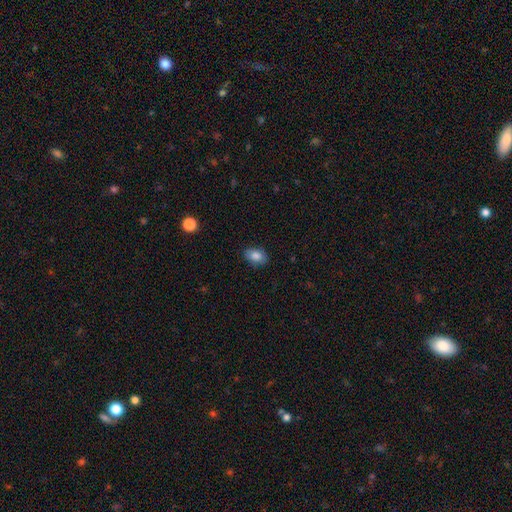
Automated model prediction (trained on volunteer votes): Smooth or featured?
  - smooth: 84% *
  - star or artifact: 8%
  - featured or disk: 8%
How rounded?
  - in between: 86% *
  - round: 13%
  - cigar-shaped: 1%
Merging?
  - none: 84% *
  - minor disturbance: 12%
  - major disturbance: 3%
  - merger: 1%